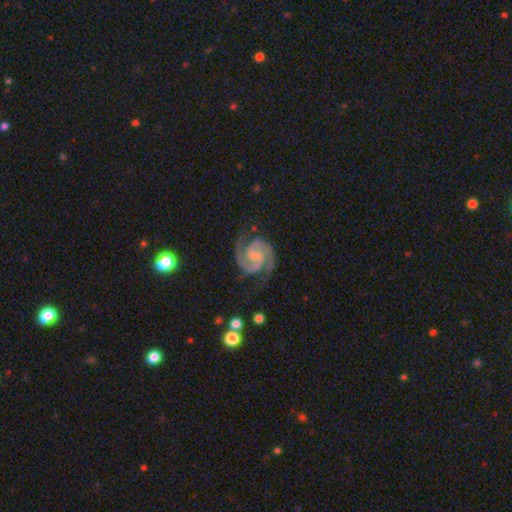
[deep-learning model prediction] The model was most divided on "bar": weak: 46%, no: 42%, strong: 13%. More confident: spiral arms — yes (99%); edge-on disk — no (98%); smooth or featured — featured or disk (93%); spiral arm count — 2 (92%); merging — none (77%); bulge size — small (54%); spiral winding — medium (51%).